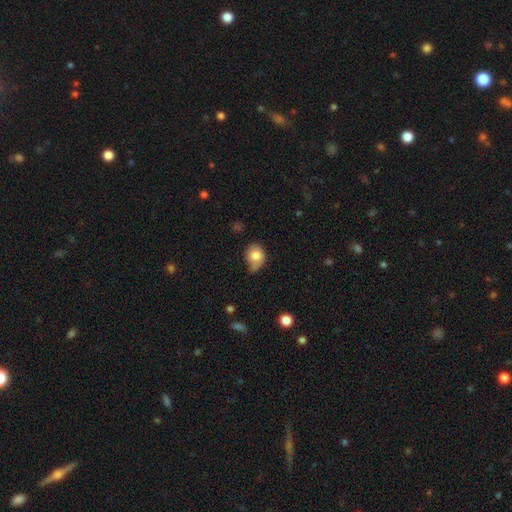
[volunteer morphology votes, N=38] smooth 71%, featured or disk 26%, star or artifact 3%. Down the decision tree: how rounded — round (67%); merging — minor disturbance (68%).